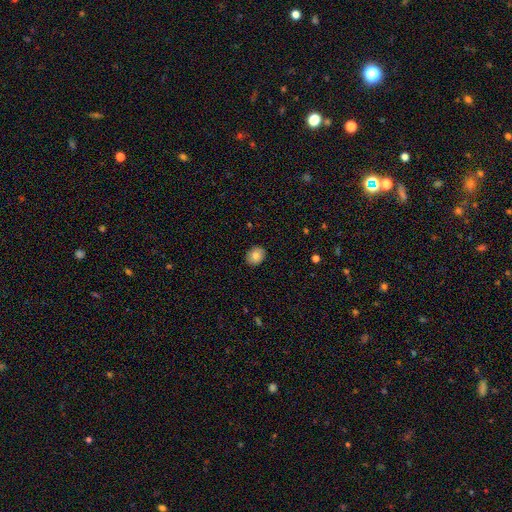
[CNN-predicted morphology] This appears to be a smooth galaxy with no disk features (81%) that is round (55%). Merging: none (89%).